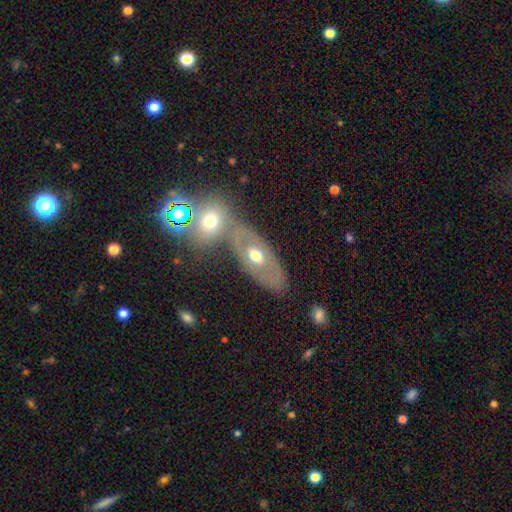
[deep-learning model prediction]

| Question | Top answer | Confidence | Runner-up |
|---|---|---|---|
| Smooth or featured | featured or disk | 54% | smooth (39%) |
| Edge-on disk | no | 84% | yes (16%) |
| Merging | none | 52% | merger (31%) |